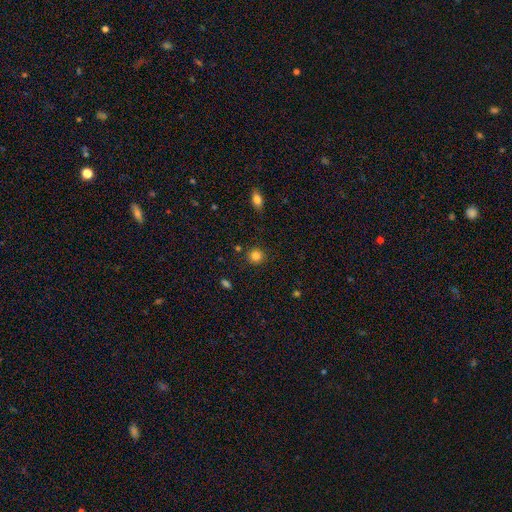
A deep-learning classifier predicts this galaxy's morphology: A smooth galaxy with no disk features (83%) that is round (91%).

Vote fractions:
- Smooth or featured? smooth: 83% / star or artifact: 11% / featured or disk: 5%
- How rounded? round: 91% / in between: 8% / cigar-shaped: 1%
- Merging? none: 89% / minor disturbance: 7% / major disturbance: 2% / merger: 2%